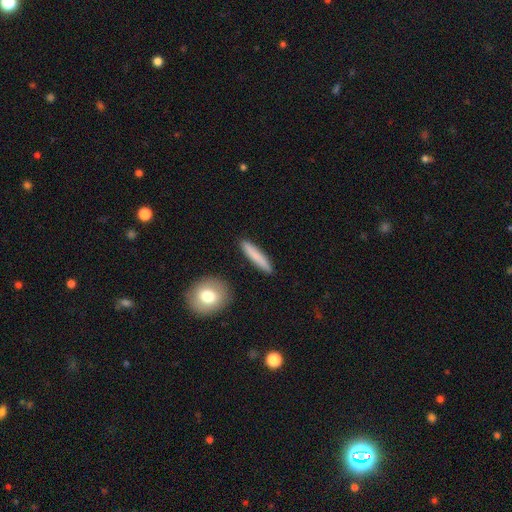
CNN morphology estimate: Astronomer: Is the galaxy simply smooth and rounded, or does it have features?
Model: smooth — 78%.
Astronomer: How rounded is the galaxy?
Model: cigar-shaped — 92%.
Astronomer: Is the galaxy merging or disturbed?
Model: none — 91%.